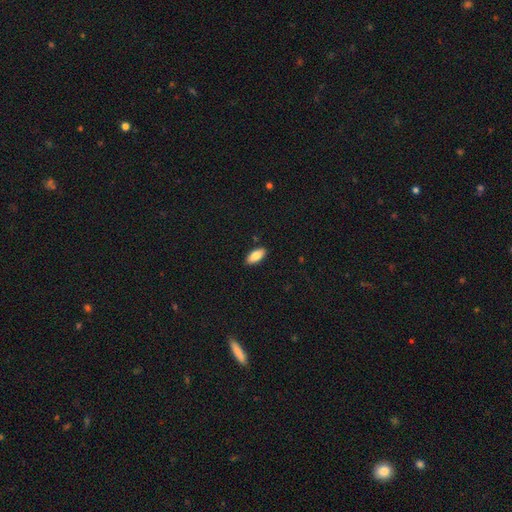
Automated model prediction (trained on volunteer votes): smooth 84%, featured or disk 10%, star or artifact 6%. Down the decision tree: how rounded — in between (88%); merging — none (89%).